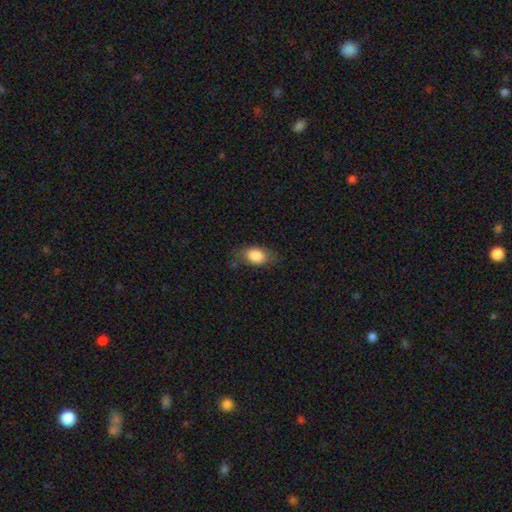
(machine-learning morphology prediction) smooth-or-featured: smooth: 84% | featured or disk: 9% | star or artifact: 8%
  how-rounded: in between: 81% | round: 16% | cigar-shaped: 3%
  merging: none: 67% | minor disturbance: 23% | major disturbance: 8% | merger: 2%